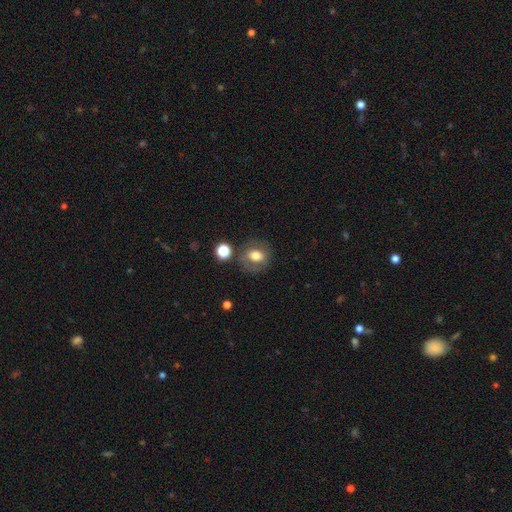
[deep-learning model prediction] This appears to be a smooth galaxy with no disk features (61%) that is round (62%). Merging: none (70%).